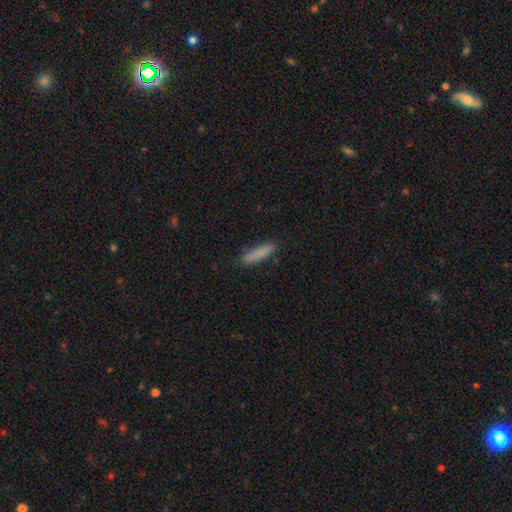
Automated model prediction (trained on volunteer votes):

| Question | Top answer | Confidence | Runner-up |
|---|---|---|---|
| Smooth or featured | smooth | 85% | featured or disk (8%) |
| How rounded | cigar-shaped | 81% | in between (18%) |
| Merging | none | 86% | minor disturbance (11%) |